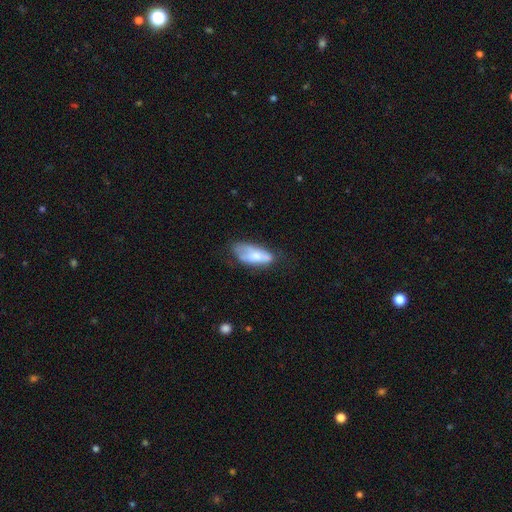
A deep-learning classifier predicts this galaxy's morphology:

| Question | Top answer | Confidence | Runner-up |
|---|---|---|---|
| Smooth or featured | smooth | 62% | featured or disk (31%) |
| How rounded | in between | 81% | cigar-shaped (17%) |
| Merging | none | 42% | minor disturbance (33%) |